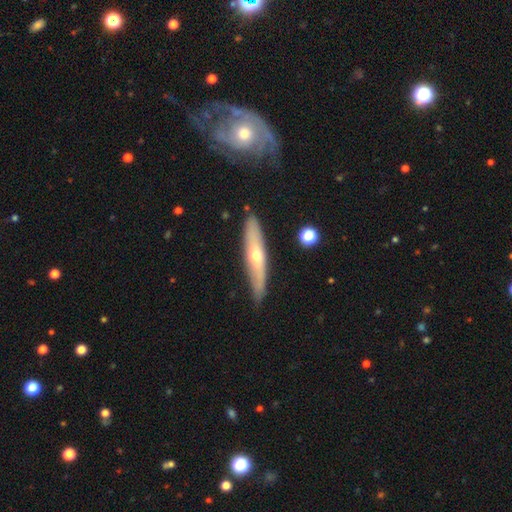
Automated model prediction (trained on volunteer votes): Smooth or featured? featured or disk (55%)
Edge-on disk? yes (76%)
Merging? none (83%)